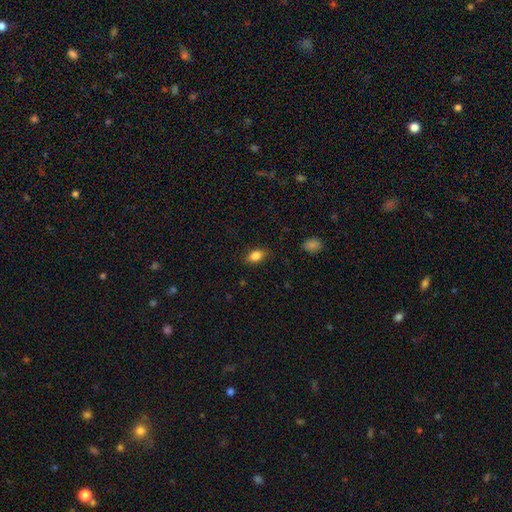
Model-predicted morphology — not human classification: Smooth or featured? Predicted: smooth (p=0.85). How rounded? Predicted: in between (p=0.84). Merging? Predicted: none (p=0.83).